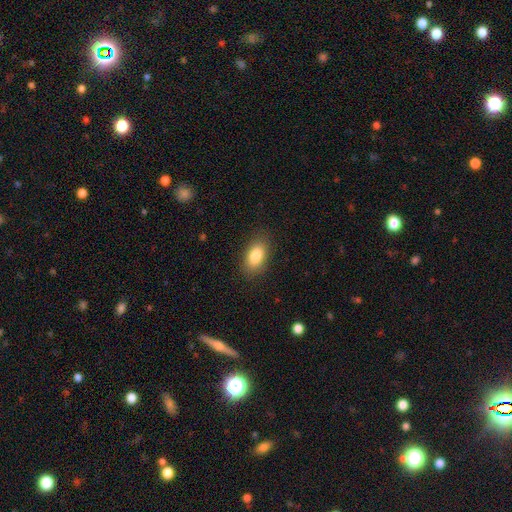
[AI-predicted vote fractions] Smooth or featured? smooth (84%)
How rounded? in between (91%)
Merging? none (86%)